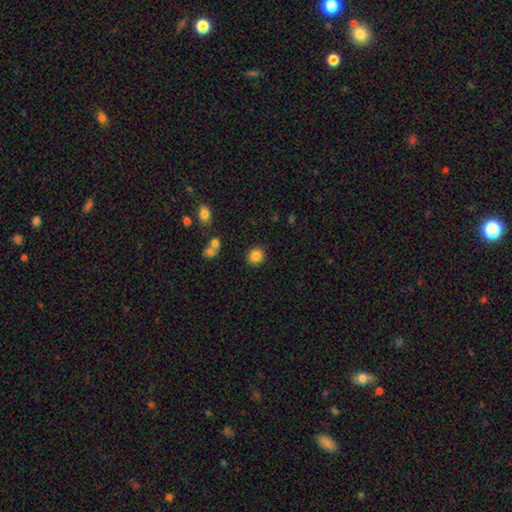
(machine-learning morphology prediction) type=smooth (85%); roundness=round (86%); merging=none (86%).